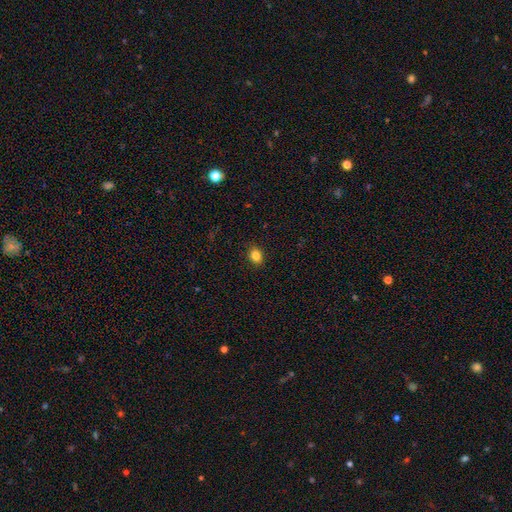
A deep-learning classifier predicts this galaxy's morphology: Overall: smooth (83%). How rounded: round (58%; in between 41%). Merging: none (90%).